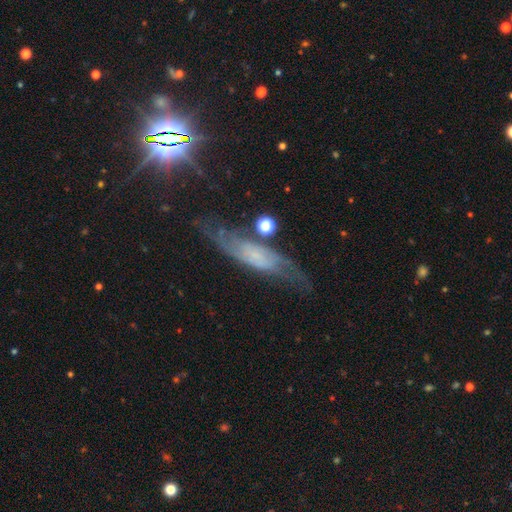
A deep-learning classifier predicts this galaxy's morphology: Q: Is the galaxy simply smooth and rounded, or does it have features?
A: featured or disk — 69%.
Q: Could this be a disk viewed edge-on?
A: no — 77%.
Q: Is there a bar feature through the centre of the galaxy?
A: no — 61%.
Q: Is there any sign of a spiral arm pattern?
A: yes — 88%.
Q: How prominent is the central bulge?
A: small — 52%.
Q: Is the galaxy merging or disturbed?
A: none — 60%.